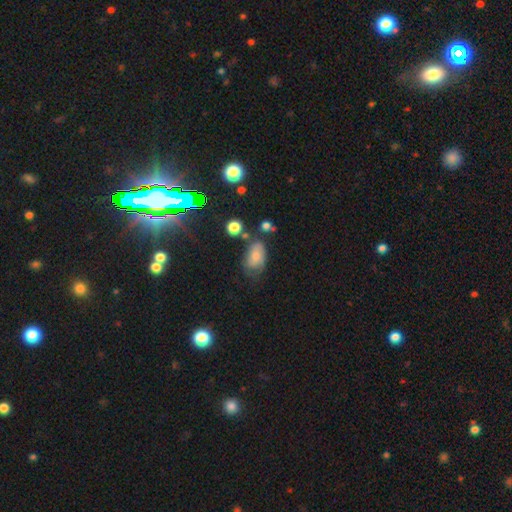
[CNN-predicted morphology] Overall: smooth (65%). How rounded: in between (88%). Merging: none (39%; minor disturbance 34%).